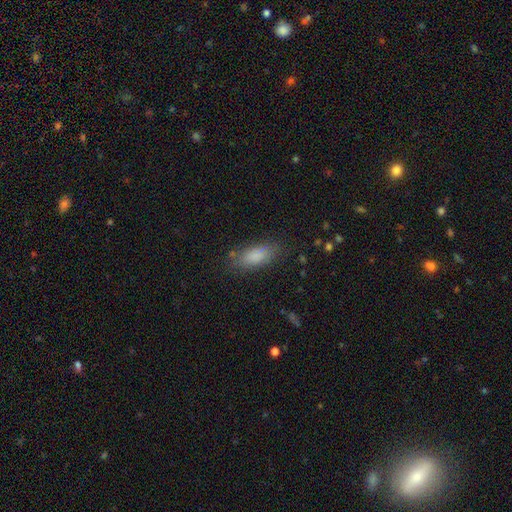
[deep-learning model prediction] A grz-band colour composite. It shows a smooth galaxy with no disk features (85%) that is in between round and cigar-shaped (79%). Merging: none (79%).